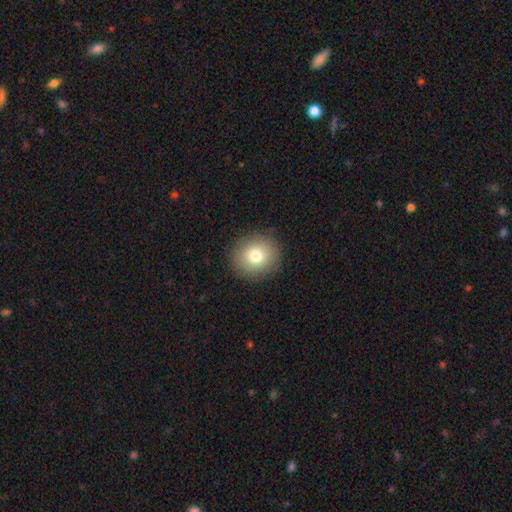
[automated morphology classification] smooth-or-featured: smooth: 79% | featured or disk: 11% | star or artifact: 10%
  how-rounded: round: 86% | in between: 13% | cigar-shaped: 1%
  merging: none: 90% | minor disturbance: 6% | major disturbance: 2% | merger: 1%